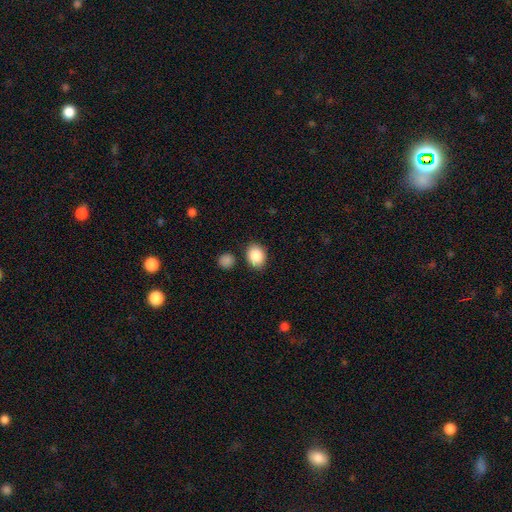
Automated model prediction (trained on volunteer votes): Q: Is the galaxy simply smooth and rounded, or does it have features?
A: smooth — 87%.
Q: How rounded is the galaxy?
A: in between — 56%.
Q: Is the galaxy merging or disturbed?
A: none — 82%.